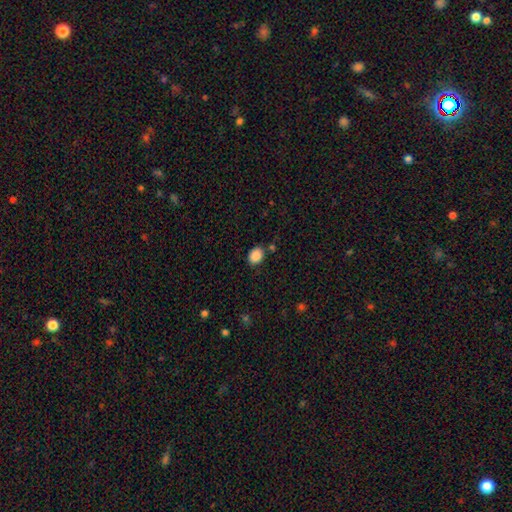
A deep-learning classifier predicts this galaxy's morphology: A smooth galaxy with no disk features (88%) that is in between round and cigar-shaped (61%). Merging: none (81%).